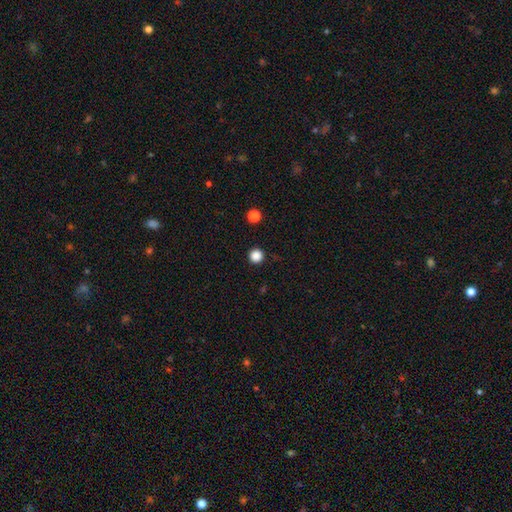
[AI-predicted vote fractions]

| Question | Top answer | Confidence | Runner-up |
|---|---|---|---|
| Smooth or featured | smooth | 86% | star or artifact (12%) |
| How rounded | round | 97% | in between (2%) |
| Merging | none | 93% | minor disturbance (4%) |